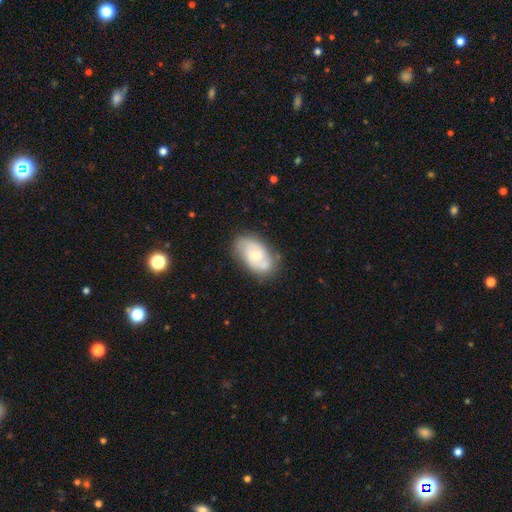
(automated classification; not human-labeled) This appears to be a featured or disk galaxy (57%) with no bar (57%), spiral arms (84%) and a small central bulge (51%). Merging: none (70%).